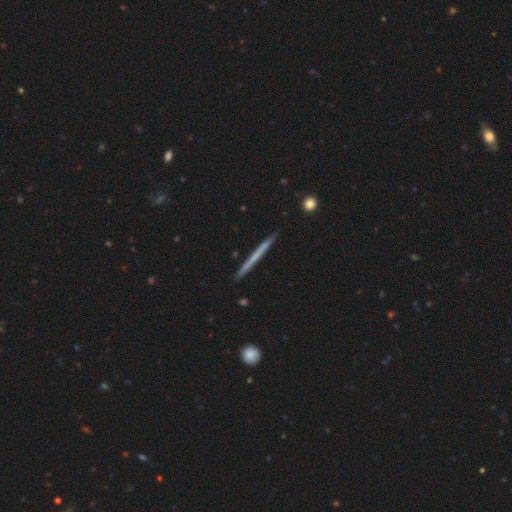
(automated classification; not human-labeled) This is possibly a smooth galaxy (48%). Merging: clearly none (91%).